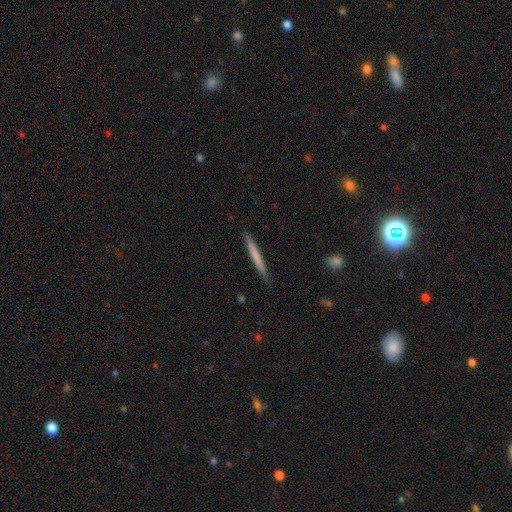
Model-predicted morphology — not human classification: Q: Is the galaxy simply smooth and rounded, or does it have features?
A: smooth — 64%.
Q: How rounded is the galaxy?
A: cigar-shaped — 97%.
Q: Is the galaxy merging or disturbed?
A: none — 88%.